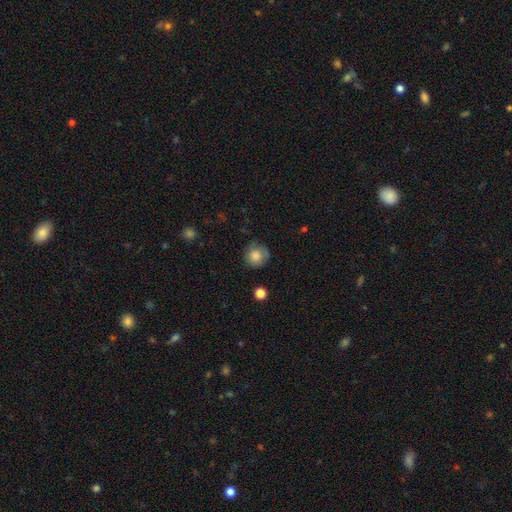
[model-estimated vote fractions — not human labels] Q: Smooth or featured?
A: smooth (83%); runner-up: star or artifact (9%)
Q: How rounded?
A: round (92%); runner-up: in between (7%)
Q: Merging?
A: none (77%); runner-up: minor disturbance (18%)